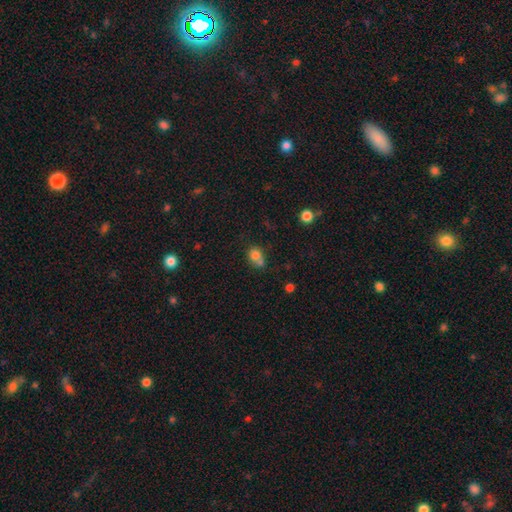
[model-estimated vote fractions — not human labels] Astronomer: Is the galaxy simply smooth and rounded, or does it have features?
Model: smooth — 76%.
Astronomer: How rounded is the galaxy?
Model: round — 67%.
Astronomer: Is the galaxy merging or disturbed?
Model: merger — 47% (runner-up: none, 37%).